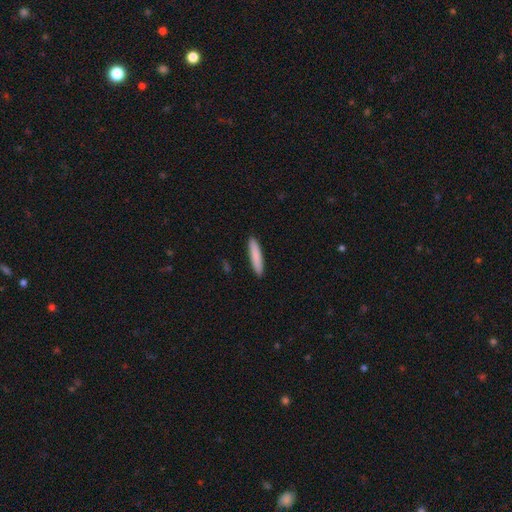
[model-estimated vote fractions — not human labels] smooth 85%, featured or disk 10%, star or artifact 5%. Down the decision tree: how rounded — cigar-shaped (88%); merging — none (91%).